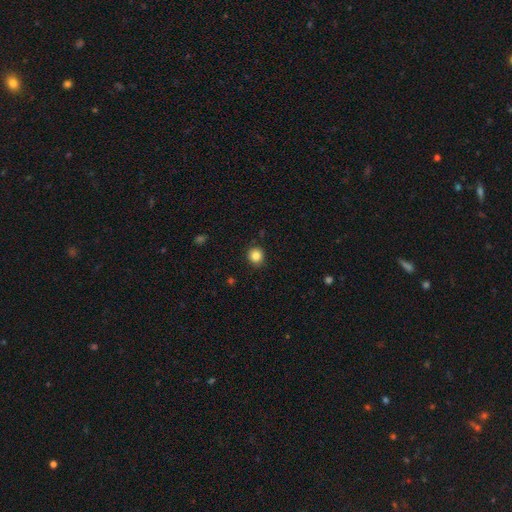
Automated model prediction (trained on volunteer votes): Overall: smooth (85%). How rounded: round (89%). Merging: none (90%).